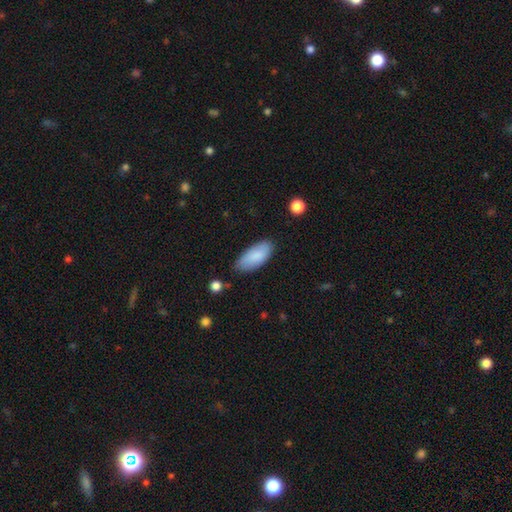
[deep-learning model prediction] Q: Smooth or featured?
A: smooth (85%); runner-up: featured or disk (9%)
Q: How rounded?
A: in between (87%); runner-up: cigar-shaped (12%)
Q: Merging?
A: none (77%); runner-up: minor disturbance (18%)